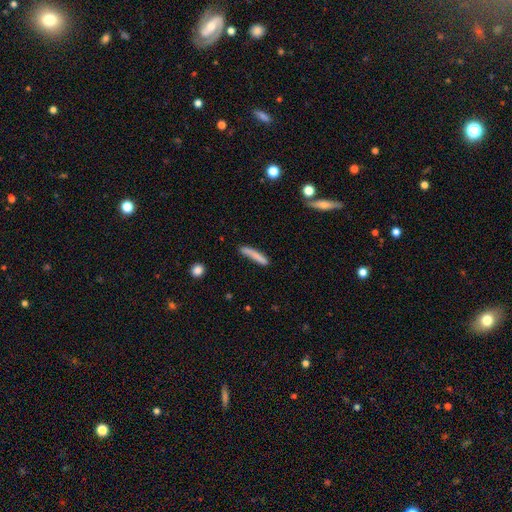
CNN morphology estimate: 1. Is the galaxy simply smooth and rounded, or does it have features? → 76% smooth, 17% featured or disk, 7% star or artifact.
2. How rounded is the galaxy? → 92% cigar-shaped, 6% in between, 1% round.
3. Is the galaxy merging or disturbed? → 70% none, 20% minor disturbance, 6% major disturbance, 4% merger.